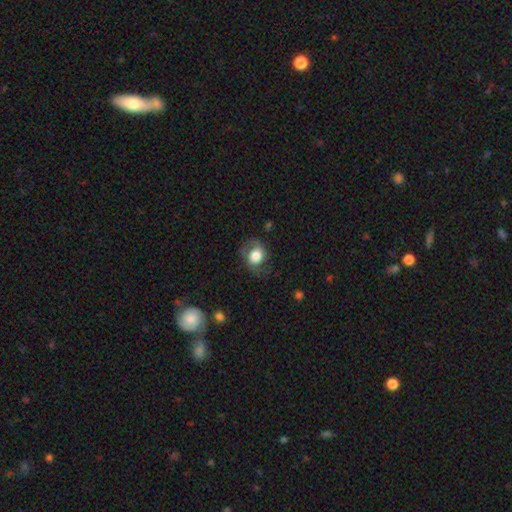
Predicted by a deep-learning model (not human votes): This appears to be a smooth galaxy with no disk features (58%) that is round (56%). Merging: none (59%).